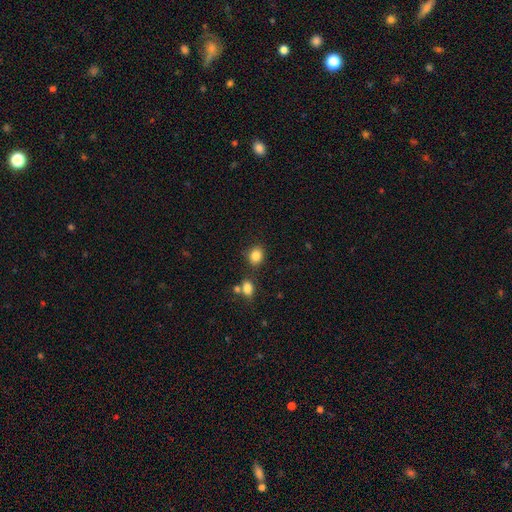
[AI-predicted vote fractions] Smooth or featured? smooth (85%)
How rounded? round (57%)
Merging? none (78%)